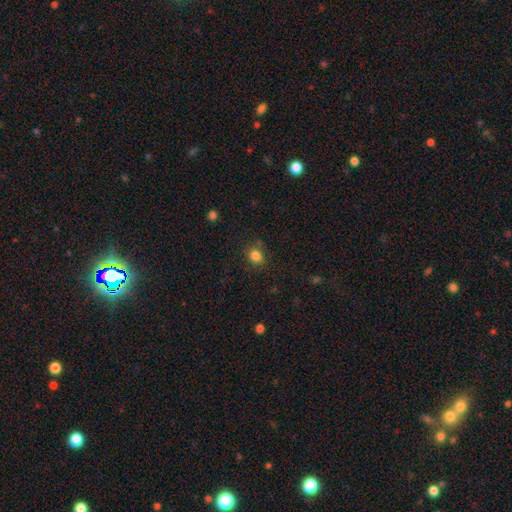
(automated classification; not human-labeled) This appears to be a smooth galaxy with no disk features (83%) that is round (72%). Merging: none (81%).